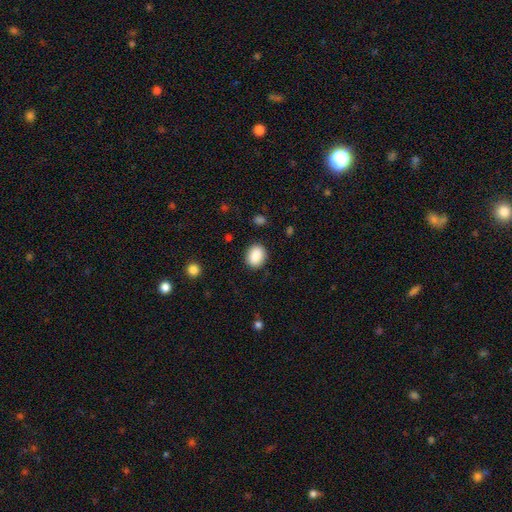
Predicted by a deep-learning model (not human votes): Smooth or featured?
  - smooth: 89% *
  - star or artifact: 7%
  - featured or disk: 4%
How rounded?
  - in between: 52% *
  - round: 47%
  - cigar-shaped: 1%
Merging?
  - none: 87% *
  - minor disturbance: 9%
  - major disturbance: 3%
  - merger: 1%